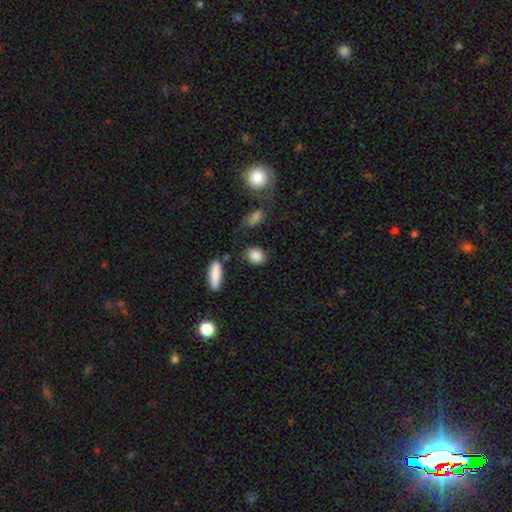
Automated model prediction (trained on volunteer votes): smooth 87%, star or artifact 9%, featured or disk 5%. Down the decision tree: how rounded — round (67%); merging — none (80%).